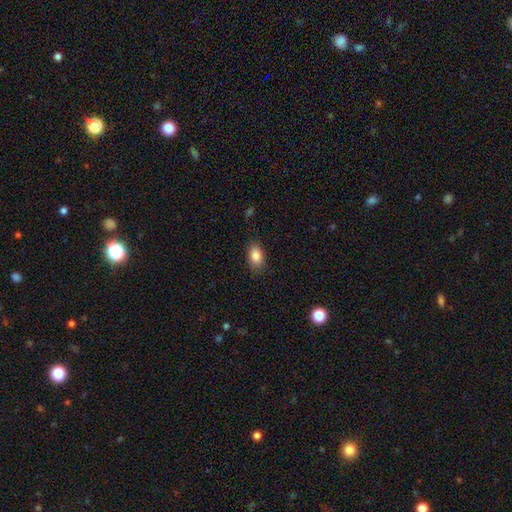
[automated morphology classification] A smooth galaxy with no disk features (86%) that is in between round and cigar-shaped (89%). Merging: none (84%).